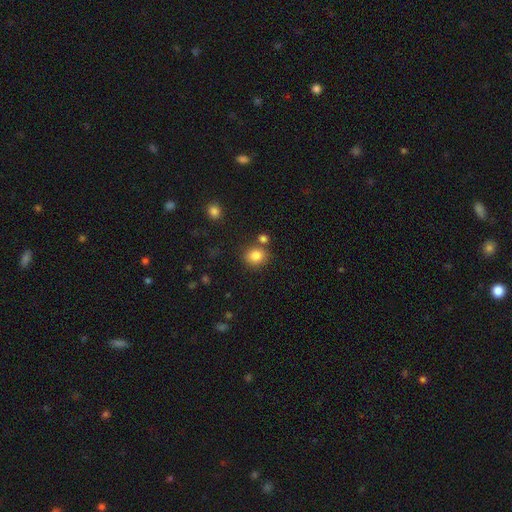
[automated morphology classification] Smooth or featured? Predicted: smooth (p=0.84). How rounded? Predicted: round (p=0.70). Merging? Predicted: none (p=0.74).